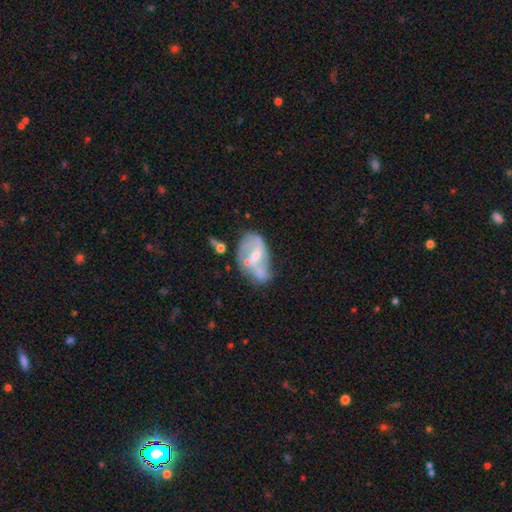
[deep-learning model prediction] Smooth or featured?
  - featured or disk: 67% *
  - smooth: 24%
  - star or artifact: 9%
Edge-on disk?
  - no: 95% *
  - yes: 5%
Bar?
  - weak: 39% *
  - no: 36%
  - strong: 25%
Spiral arms?
  - yes: 53% *
  - no: 47%
Bulge size?
  - small: 52% *
  - moderate: 37%
  - none: 8%
  - large: 2%
  - dominant: 1%
Merging?
  - none: 35% *
  - merger: 24%
  - minor disturbance: 23%
  - major disturbance: 18%